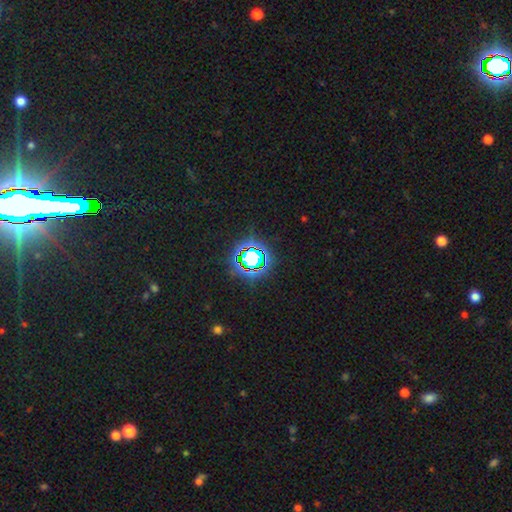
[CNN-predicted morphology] Smooth or featured? Predicted: star or artifact (p=0.80).